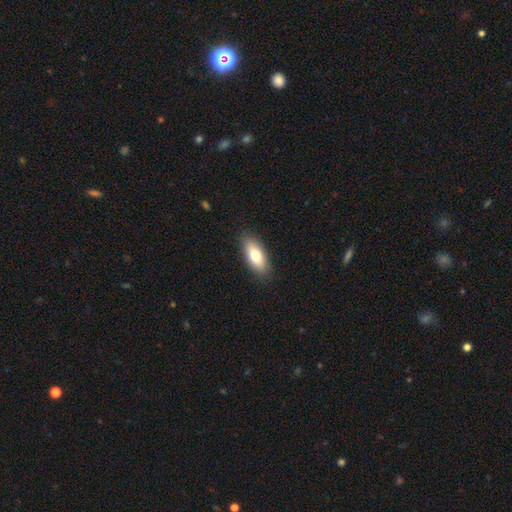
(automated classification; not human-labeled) A smooth galaxy with no disk features (74%) that is in between round and cigar-shaped (79%).

Vote fractions:
- Smooth or featured? smooth: 74% / featured or disk: 20% / star or artifact: 7%
- How rounded? in between: 79% / cigar-shaped: 19% / round: 3%
- Merging? none: 88% / minor disturbance: 9% / major disturbance: 2% / merger: 1%